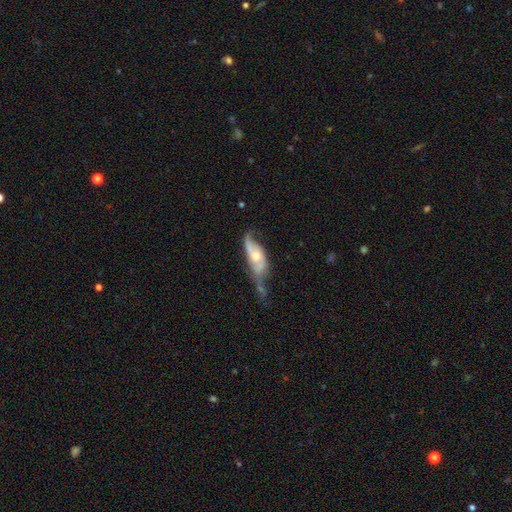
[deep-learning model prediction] Smooth or featured? featured or disk (66%)
Edge-on disk? no (85%)
Bar? no (70%)
Spiral arms? yes (78%)
Bulge size? moderate (62%)
Merging? minor disturbance (32%)